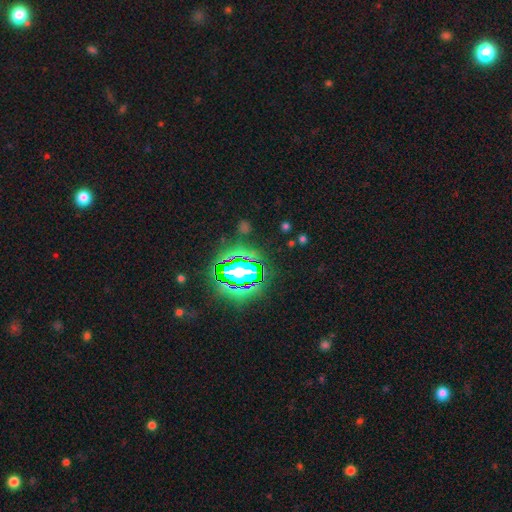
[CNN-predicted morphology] Smooth or featured?
  - star or artifact: 82% *
  - smooth: 11%
  - featured or disk: 7%